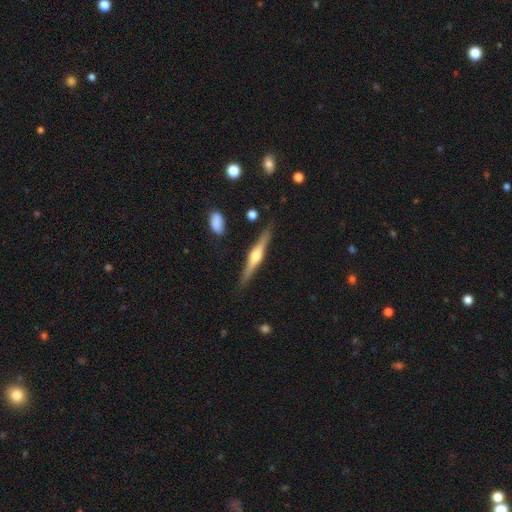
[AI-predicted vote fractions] Overall: featured or disk (73%). Edge-on disk: yes (97%). Edge-on bulge: rounded (93%). Merging: none (87%).